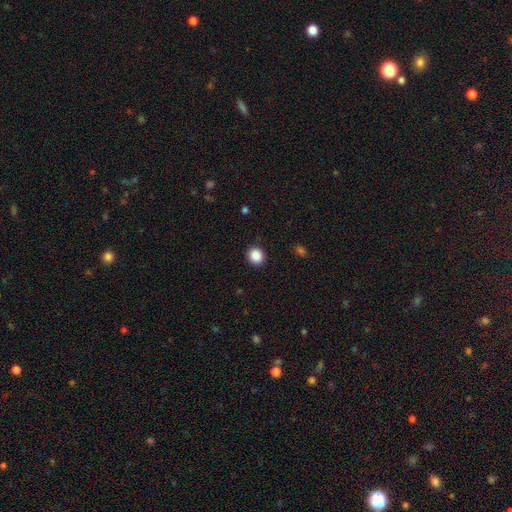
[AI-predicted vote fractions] Q: Smooth or featured?
A: smooth (88%); runner-up: star or artifact (9%)
Q: How rounded?
A: round (81%); runner-up: in between (18%)
Q: Merging?
A: none (91%); runner-up: minor disturbance (6%)